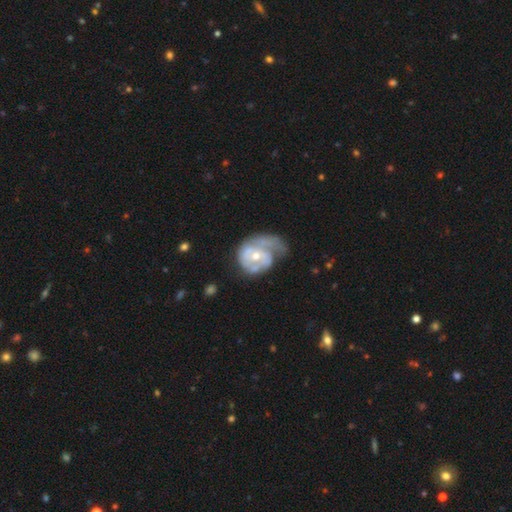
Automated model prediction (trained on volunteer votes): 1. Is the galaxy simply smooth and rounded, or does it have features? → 75% featured or disk, 20% smooth, 5% star or artifact.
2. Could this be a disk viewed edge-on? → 98% no, 2% yes.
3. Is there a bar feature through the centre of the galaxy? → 70% no, 25% weak, 5% strong.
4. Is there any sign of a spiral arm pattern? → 80% yes, 20% no.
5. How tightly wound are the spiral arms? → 44% tight, 35% medium, 21% loose.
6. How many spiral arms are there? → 39% 1, 29% 2, 22% can't tell, 7% 3, 2% 4, 2% more than 4.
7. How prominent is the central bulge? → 53% moderate, 42% small, 3% large, 2% none, 1% dominant.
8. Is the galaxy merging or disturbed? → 41% major disturbance, 28% none, 26% minor disturbance, 5% merger.